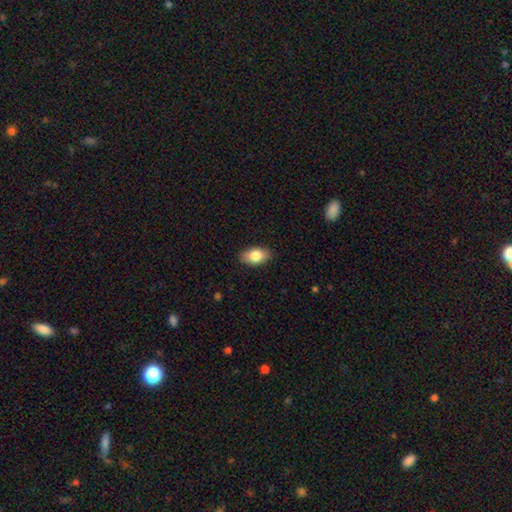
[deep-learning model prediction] Overall: smooth (82%). How rounded: in between (91%). Merging: none (87%).